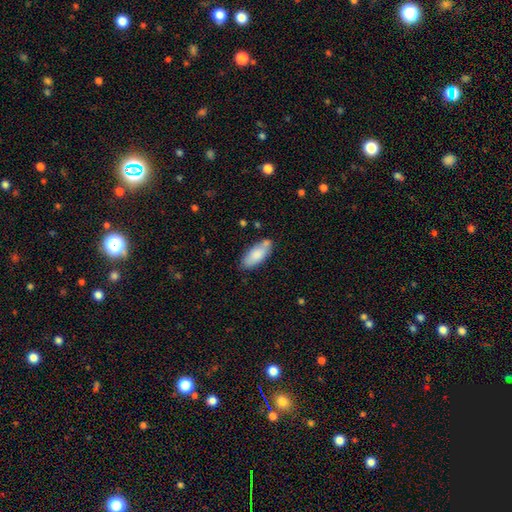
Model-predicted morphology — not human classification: This is clearly a smooth galaxy (82%). How rounded: clearly in between (83%). Merging: likely none (70%).